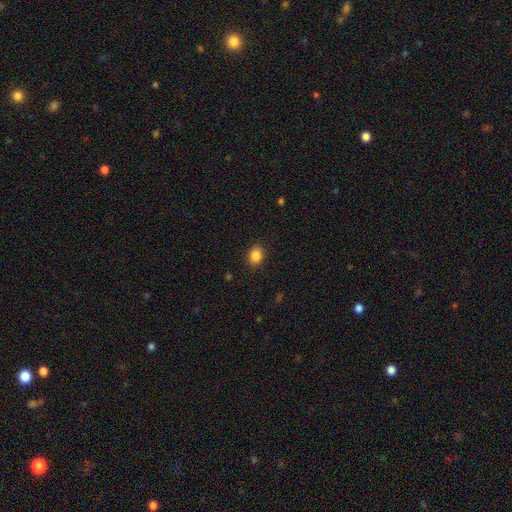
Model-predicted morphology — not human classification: Smooth or featured: smooth — 87% (star or artifact — 9%)
How rounded: in between — 61% (round — 38%)
Merging: none — 89% (minor disturbance — 8%)